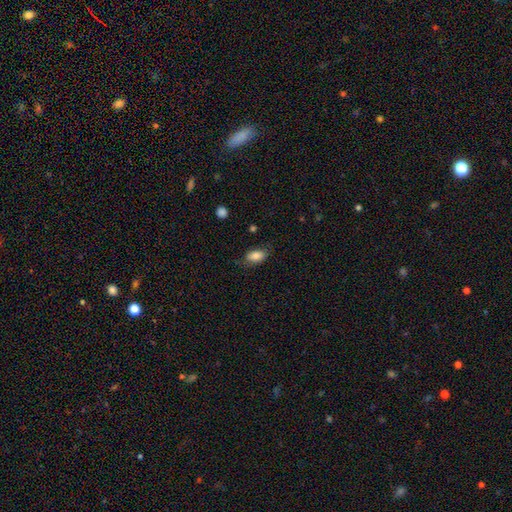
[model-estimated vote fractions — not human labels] smooth-or-featured: smooth: 83% | featured or disk: 10% | star or artifact: 7%
  how-rounded: in between: 91% | round: 5% | cigar-shaped: 4%
  merging: none: 72% | minor disturbance: 21% | major disturbance: 6% | merger: 1%